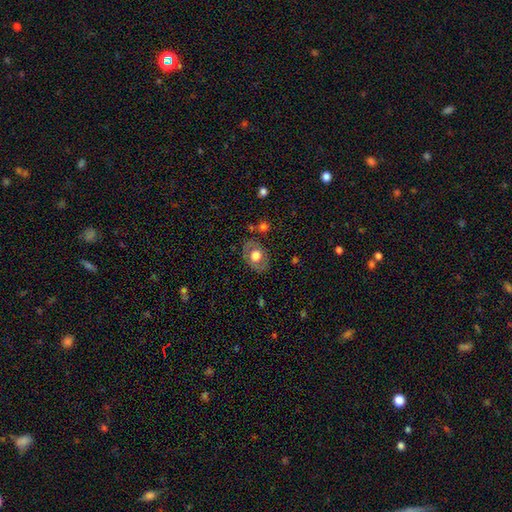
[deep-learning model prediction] This appears to be a smooth galaxy with no disk features (59%) that is in between round and cigar-shaped (68%). Merging: none (76%).